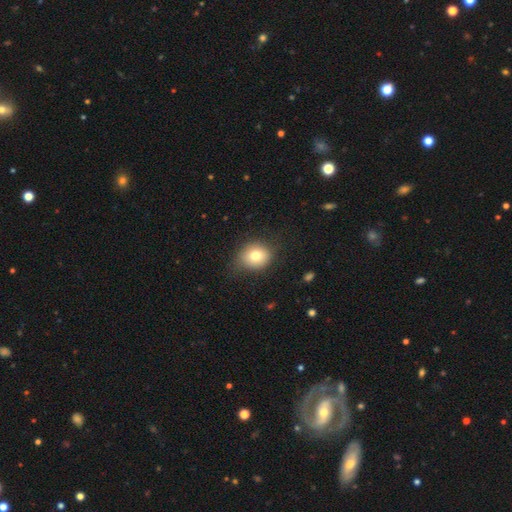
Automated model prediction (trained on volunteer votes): smooth-or-featured: smooth: 76% | featured or disk: 14% | star or artifact: 11%
  how-rounded: round: 68% | in between: 31% | cigar-shaped: 1%
  merging: none: 73% | minor disturbance: 21% | major disturbance: 6% | merger: 1%